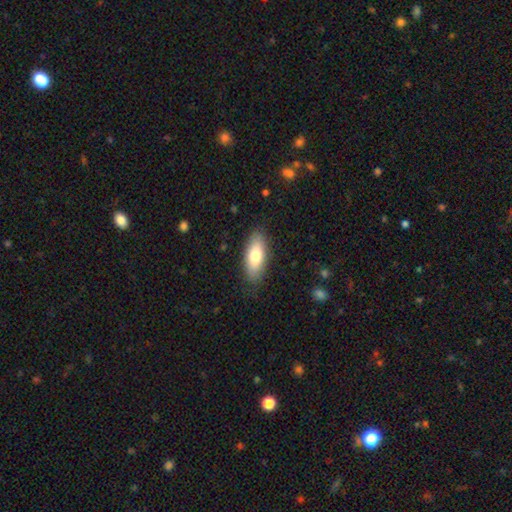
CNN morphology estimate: smooth 76%, featured or disk 18%, star or artifact 6%. Down the decision tree: how rounded — in between (78%); merging — none (84%).